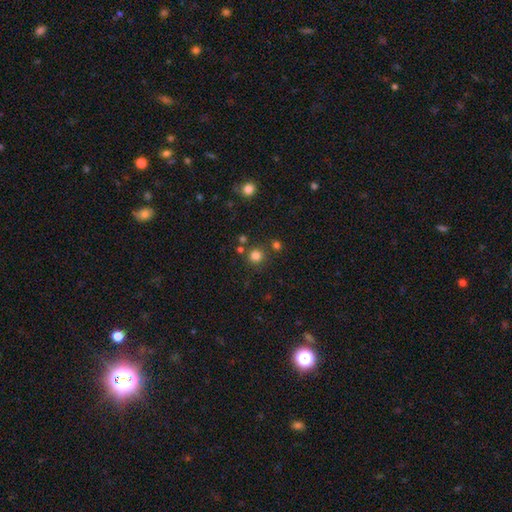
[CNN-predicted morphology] Smooth or featured? Predicted: smooth (p=0.80). How rounded? Predicted: round (p=0.93). Merging? Predicted: none (p=0.79).